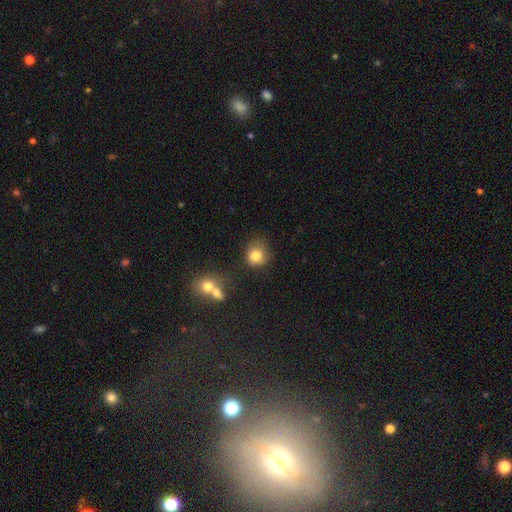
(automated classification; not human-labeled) This appears to be a smooth galaxy with no disk features (80%) that is round (83%). Merging: none (64%).